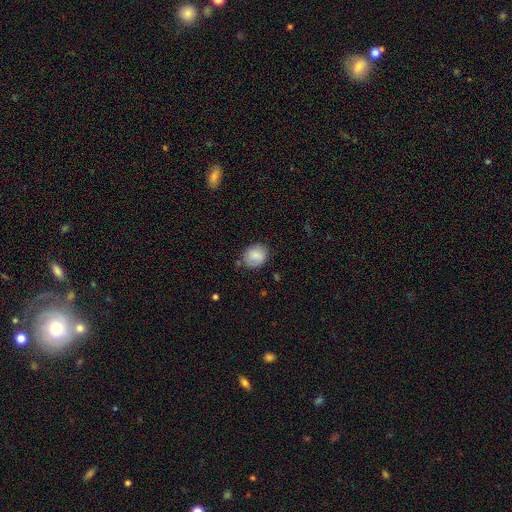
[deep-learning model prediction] smooth_or_featured: smooth (p=0.83) [alt: featured or disk p=0.10]
how_rounded: round (p=0.64) [alt: in between p=0.36]
merging: none (p=0.75) [alt: minor disturbance p=0.18]